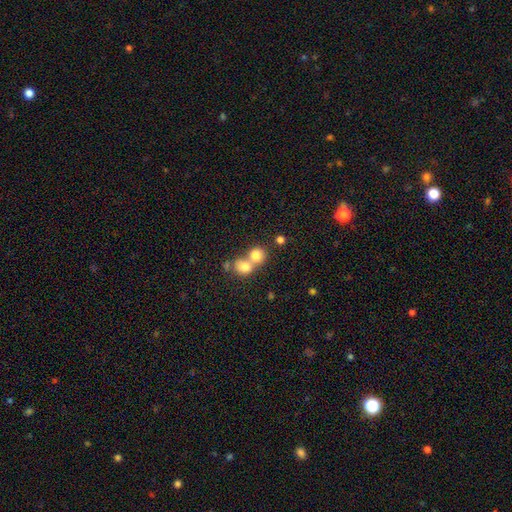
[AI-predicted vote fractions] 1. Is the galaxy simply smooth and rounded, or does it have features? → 77% smooth, 12% featured or disk, 11% star or artifact.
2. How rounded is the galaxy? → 77% round, 22% in between, 1% cigar-shaped.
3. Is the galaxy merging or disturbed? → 62% merger, 30% none, 5% minor disturbance, 3% major disturbance.